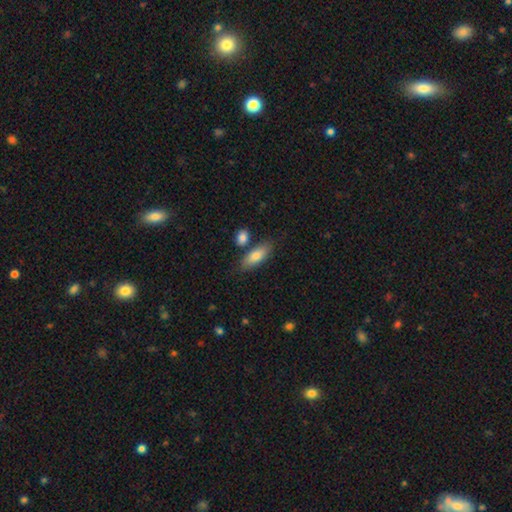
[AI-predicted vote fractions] This is clearly a smooth galaxy (81%). How rounded: likely in between (73%). Merging: likely none (73%).